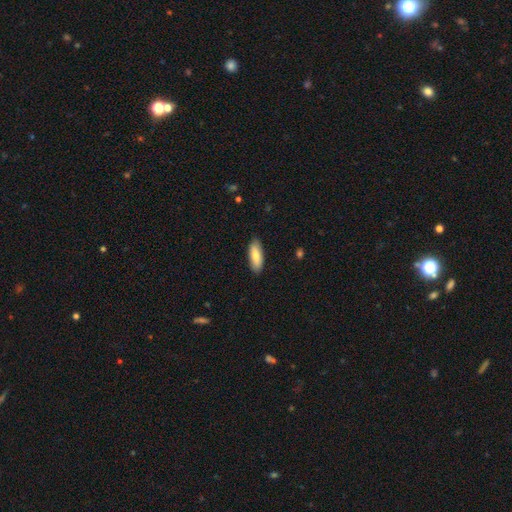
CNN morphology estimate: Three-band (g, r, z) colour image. It shows a smooth galaxy with no disk features (78%) that is in between round and cigar-shaped (67%). Merging: none (87%).